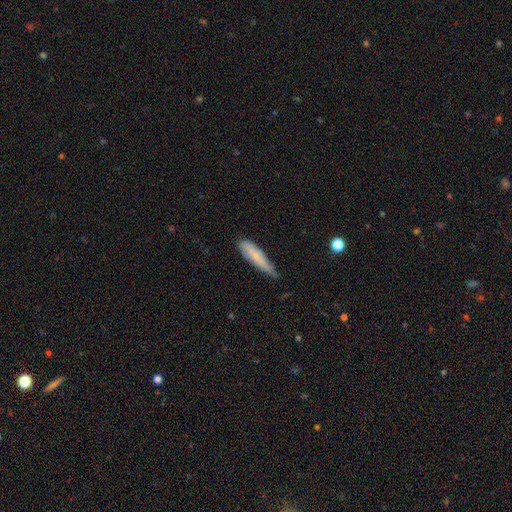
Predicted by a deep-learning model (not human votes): smooth 71%, featured or disk 22%, star or artifact 7%. Down the decision tree: how rounded — cigar-shaped (75%); merging — none (52%).